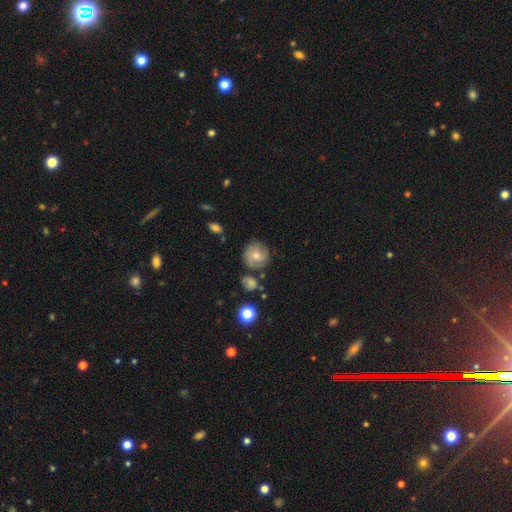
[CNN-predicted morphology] type=smooth (46%); merging=none (70%).